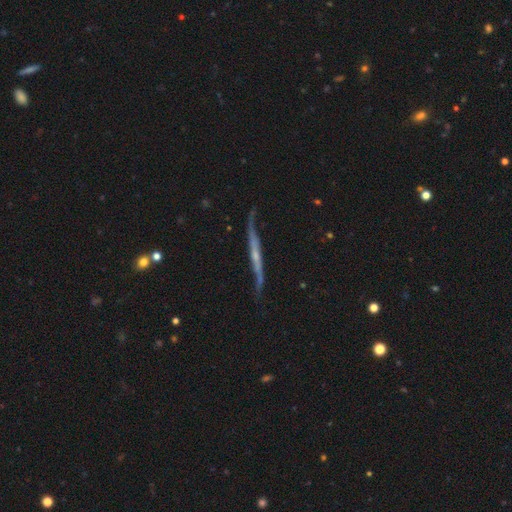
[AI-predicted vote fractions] Morphology: type=featured or disk (78%); edge-on=yes (82%); edge-on bulge=none (56%); merging=none (64%).